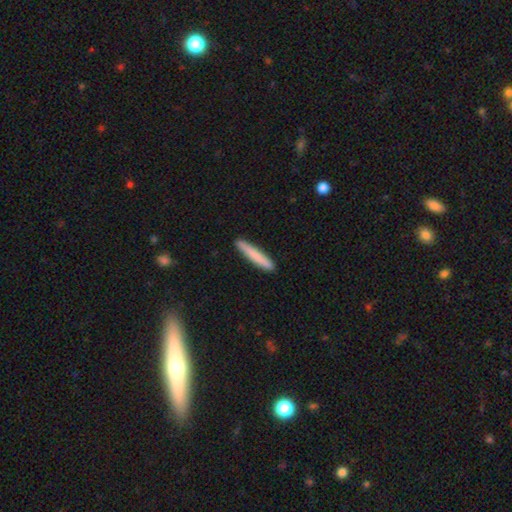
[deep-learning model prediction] smooth 79%, featured or disk 15%, star or artifact 6%. Down the decision tree: how rounded — cigar-shaped (95%); merging — none (90%).